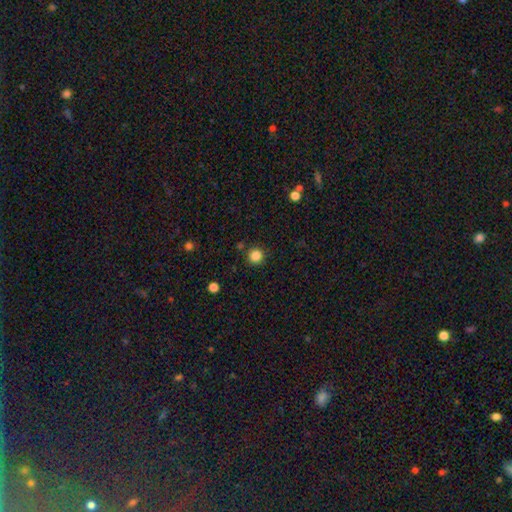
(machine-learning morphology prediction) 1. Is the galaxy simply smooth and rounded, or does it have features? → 84% smooth, 12% star or artifact, 4% featured or disk.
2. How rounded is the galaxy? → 95% round, 4% in between, 1% cigar-shaped.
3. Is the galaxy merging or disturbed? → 89% none, 6% minor disturbance, 3% merger, 2% major disturbance.